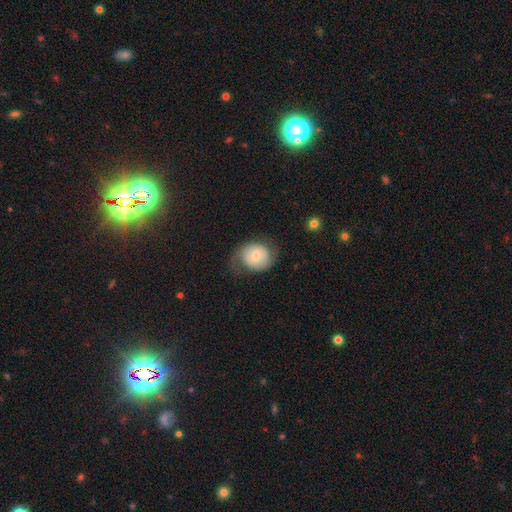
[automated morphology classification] Q: Smooth or featured?
A: smooth (50%); runner-up: featured or disk (42%)
Q: How rounded?
A: round (65%); runner-up: in between (34%)
Q: Merging?
A: none (54%); runner-up: minor disturbance (26%)